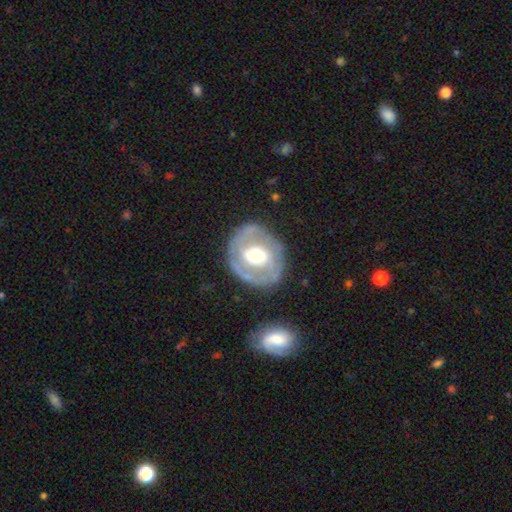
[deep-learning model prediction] Q: Smooth or featured?
A: featured or disk (70%); runner-up: smooth (25%)
Q: Edge-on disk?
A: no (96%); runner-up: yes (4%)
Q: Bar?
A: no (52%); runner-up: weak (31%)
Q: Spiral arms?
A: yes (58%); runner-up: no (42%)
Q: Bulge size?
A: moderate (60%); runner-up: large (19%)
Q: Merging?
A: none (76%); runner-up: minor disturbance (14%)